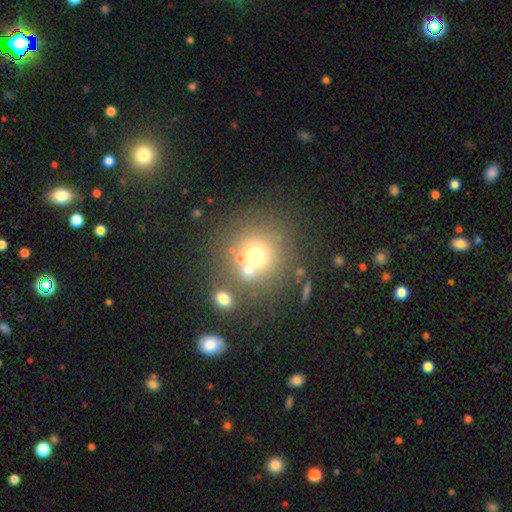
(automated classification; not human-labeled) This is likely a smooth galaxy (63%). How rounded: clearly round (88%). Merging: possibly none (57%).